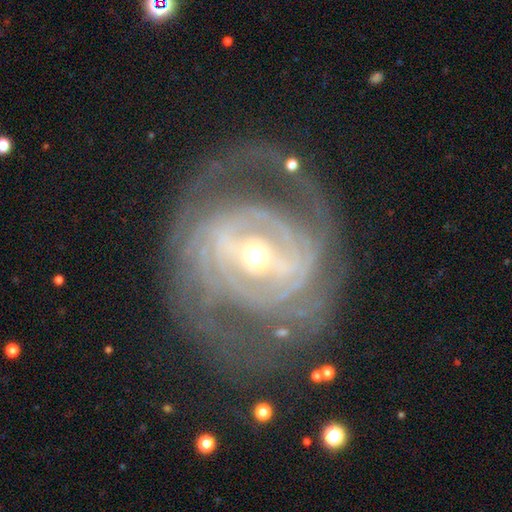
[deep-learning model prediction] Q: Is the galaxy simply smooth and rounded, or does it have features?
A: featured or disk — 86%.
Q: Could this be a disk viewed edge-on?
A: no — 96%.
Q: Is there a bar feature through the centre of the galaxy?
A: strong — 51%.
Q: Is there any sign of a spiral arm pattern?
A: yes — 85%.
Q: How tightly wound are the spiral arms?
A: tight — 61%.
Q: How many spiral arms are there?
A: can't tell — 38%.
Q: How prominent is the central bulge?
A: small — 49%.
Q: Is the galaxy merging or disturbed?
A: none — 67%.